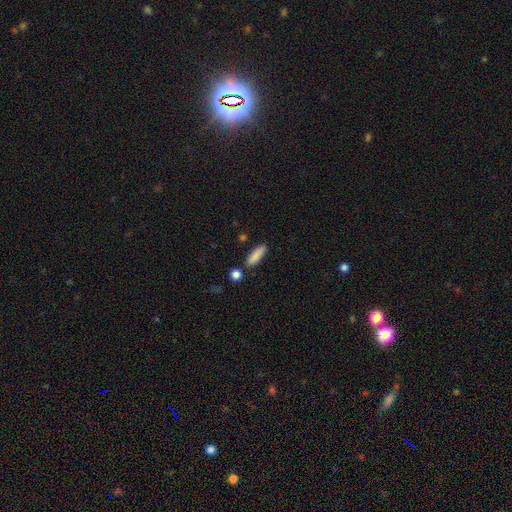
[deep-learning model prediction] A smooth galaxy with no disk features (87%) that is cigar-shaped (51%).

Vote fractions:
- Smooth or featured? smooth: 87% / featured or disk: 7% / star or artifact: 7%
- How rounded? cigar-shaped: 51% / in between: 47% / round: 3%
- Merging? none: 81% / minor disturbance: 11% / merger: 6% / major disturbance: 3%